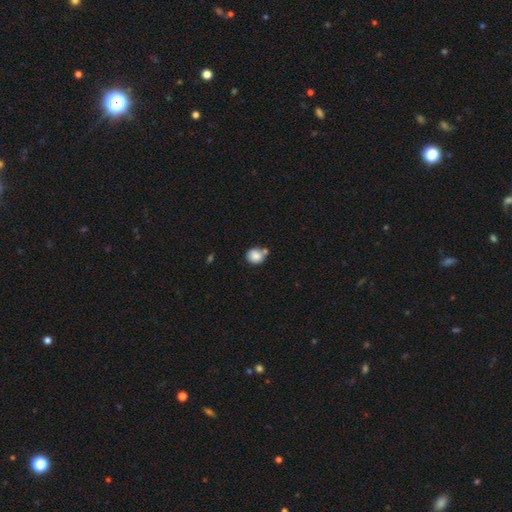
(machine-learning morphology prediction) smooth_or_featured: smooth (p=0.85) [alt: star or artifact p=0.08]
how_rounded: round (p=0.73) [alt: in between p=0.26]
merging: none (p=0.52) [alt: merger p=0.26]